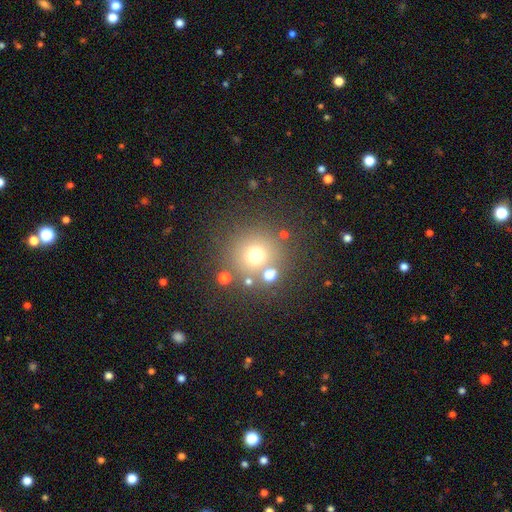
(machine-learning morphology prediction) The model was most divided on "smooth or featured": smooth: 67%, star or artifact: 21%, featured or disk: 11%. More confident: how rounded — round (94%); merging — none (76%).